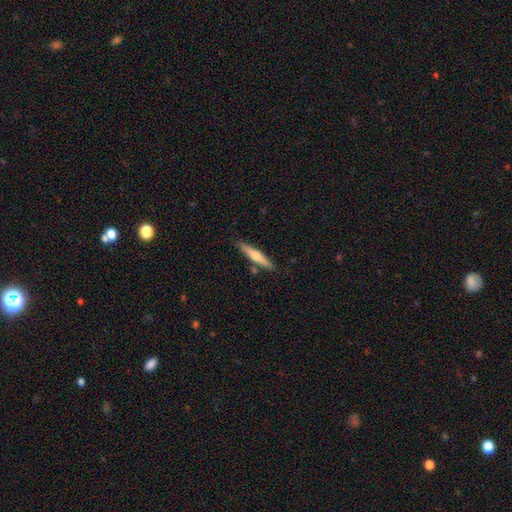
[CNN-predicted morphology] smooth_or_featured: smooth (p=0.50) [alt: featured or disk p=0.45]
merging: none (p=0.85) [alt: minor disturbance p=0.10]